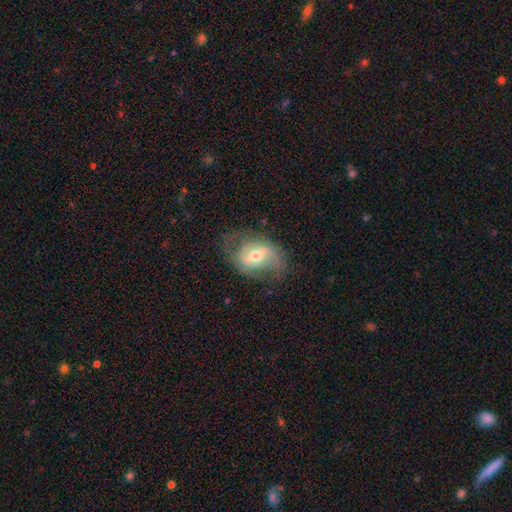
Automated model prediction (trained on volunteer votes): This is likely a featured or disk galaxy (64%). It is clearly not viewed edge-on (95%). Bar: marginally weak (44%). Spiral arm pattern: likely yes (77%). Central bulge: likely moderate (64%). Merging: possibly none (59%).